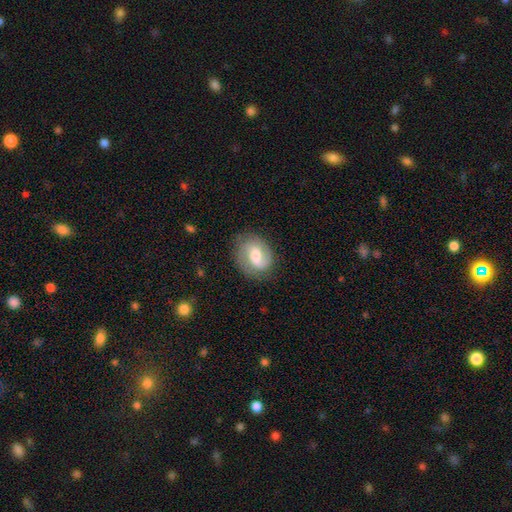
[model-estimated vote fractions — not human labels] Morphology: type=featured or disk (64%); edge-on=no (97%); bar=weak (53%); spiral arms=yes (89%); winding=medium (44%); arm count=2 (70%); bulge=moderate (64%); merging=none (76%).